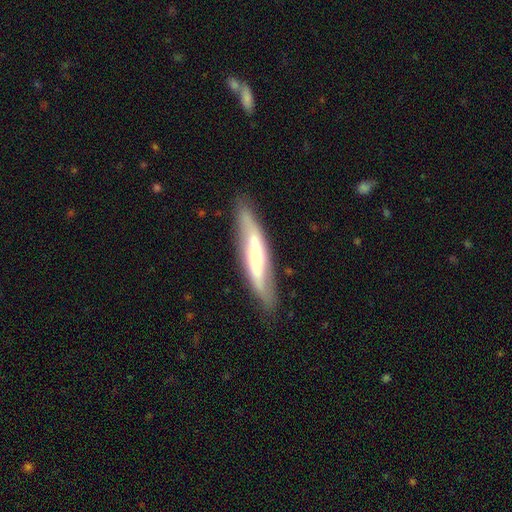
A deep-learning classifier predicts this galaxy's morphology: A featured or disk galaxy (58%) viewed edge-on (56%).

Vote fractions:
- Smooth or featured? featured or disk: 58% / smooth: 36% / star or artifact: 6%
- Edge-on disk? yes: 56% / no: 44%
- Merging? none: 82% / minor disturbance: 13% / major disturbance: 3% / merger: 2%